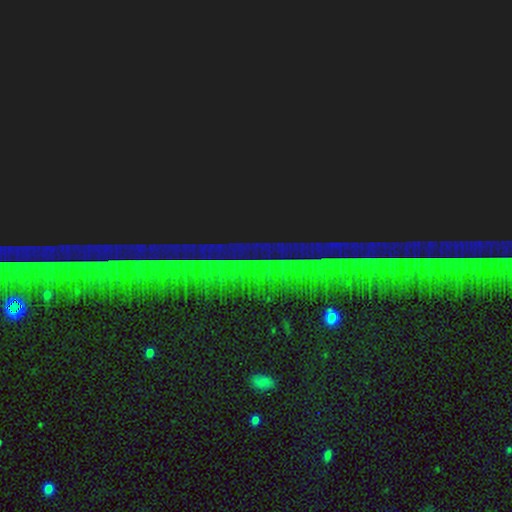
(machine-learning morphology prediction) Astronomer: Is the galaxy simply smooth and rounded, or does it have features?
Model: star or artifact — 87%.